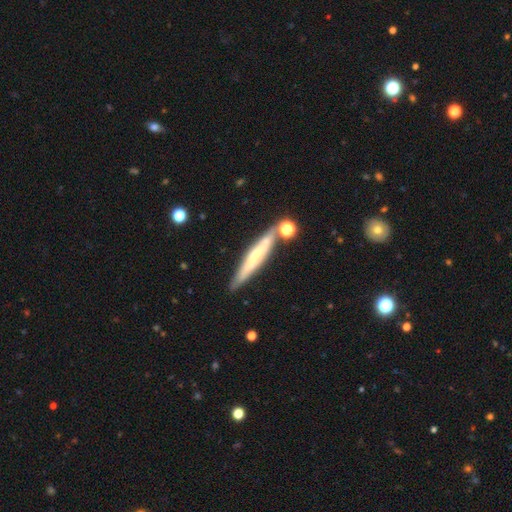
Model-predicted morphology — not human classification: featured or disk 59%, smooth 34%, star or artifact 7%. Down the decision tree: edge-on disk — yes (93%); edge-on bulge — rounded (59%); merging — none (79%).